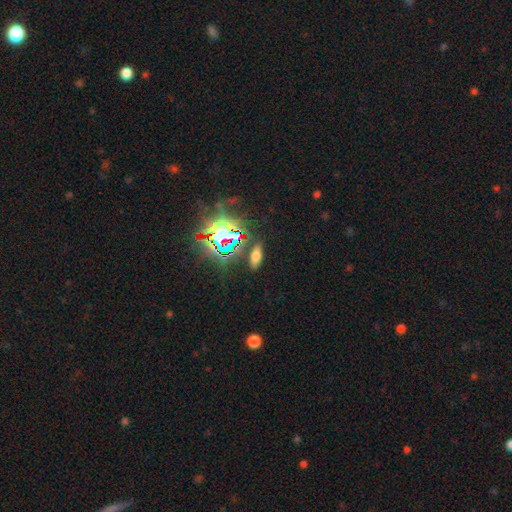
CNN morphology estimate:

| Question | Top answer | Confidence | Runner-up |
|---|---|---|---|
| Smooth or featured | smooth | 56% | star or artifact (33%) |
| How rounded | in between | 73% | cigar-shaped (20%) |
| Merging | none | 86% | minor disturbance (8%) |